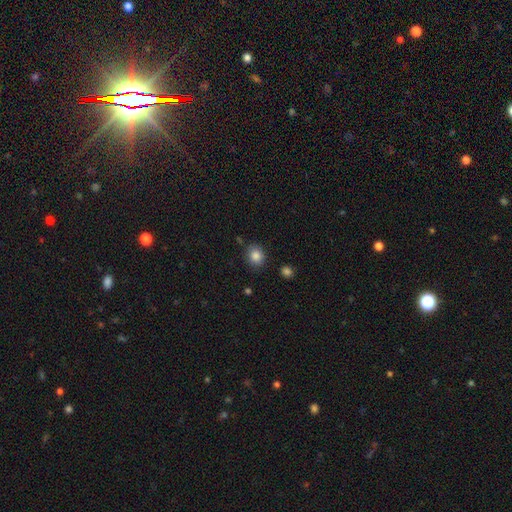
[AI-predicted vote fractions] Smooth or featured?
  - smooth: 85% *
  - star or artifact: 10%
  - featured or disk: 5%
How rounded?
  - round: 72% *
  - in between: 28%
  - cigar-shaped: 1%
Merging?
  - none: 83% *
  - minor disturbance: 11%
  - merger: 3%
  - major disturbance: 3%